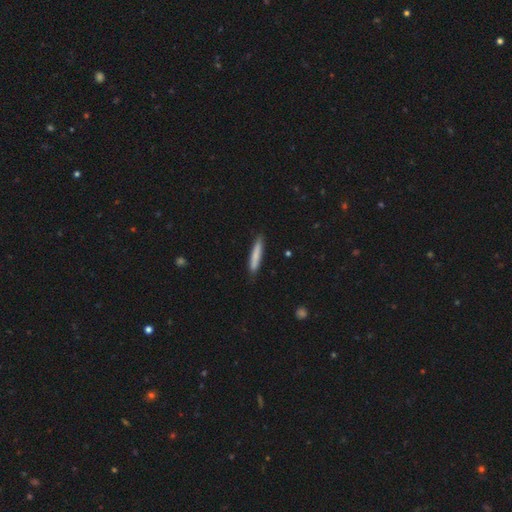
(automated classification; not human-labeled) smooth-or-featured: smooth: 78% | featured or disk: 17% | star or artifact: 5%
  how-rounded: cigar-shaped: 94% | in between: 5% | round: 1%
  merging: none: 86% | minor disturbance: 11% | major disturbance: 2% | merger: 1%